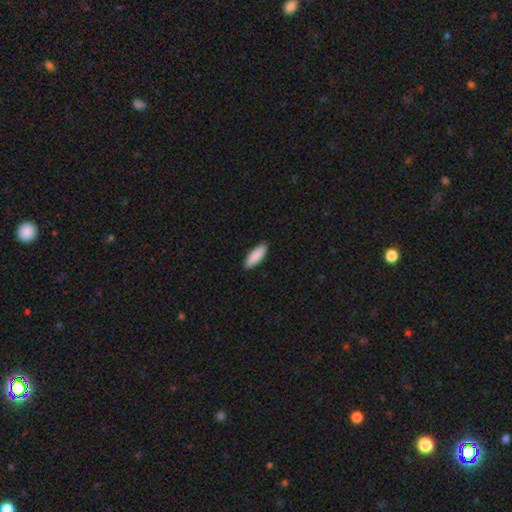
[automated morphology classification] smooth-or-featured: smooth: 90% | star or artifact: 5% | featured or disk: 5%
  how-rounded: in between: 61% | cigar-shaped: 38% | round: 1%
  merging: none: 89% | minor disturbance: 8% | major disturbance: 2% | merger: 1%